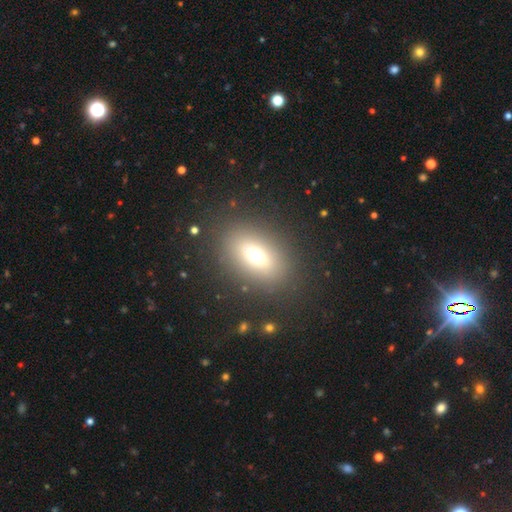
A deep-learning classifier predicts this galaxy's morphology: Q: Smooth or featured?
A: smooth (64%); runner-up: featured or disk (19%)
Q: How rounded?
A: in between (72%); runner-up: round (24%)
Q: Merging?
A: none (84%); runner-up: minor disturbance (9%)